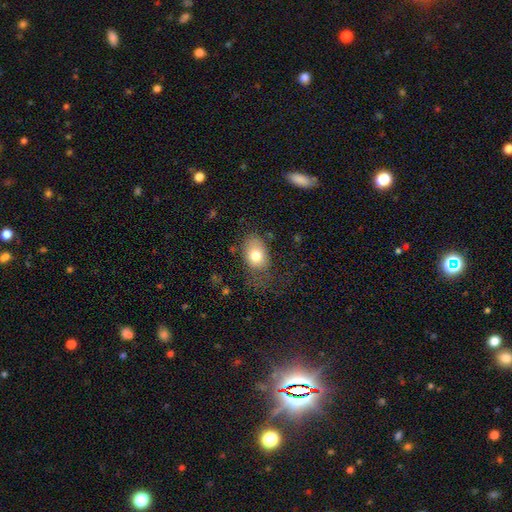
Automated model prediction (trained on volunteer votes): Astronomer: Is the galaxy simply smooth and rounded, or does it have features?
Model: smooth — 77%.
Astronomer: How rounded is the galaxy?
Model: in between — 79%.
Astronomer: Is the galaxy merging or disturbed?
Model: none — 52% (runner-up: minor disturbance, 27%).